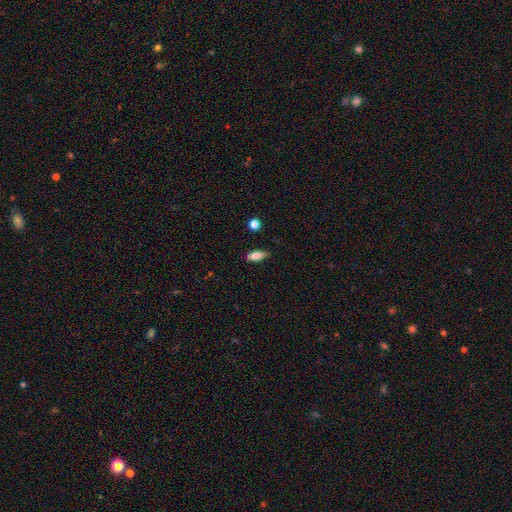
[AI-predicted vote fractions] smooth-or-featured: smooth: 80% | featured or disk: 12% | star or artifact: 8%
  how-rounded: in between: 74% | cigar-shaped: 23% | round: 3%
  merging: none: 81% | minor disturbance: 15% | major disturbance: 3% | merger: 2%